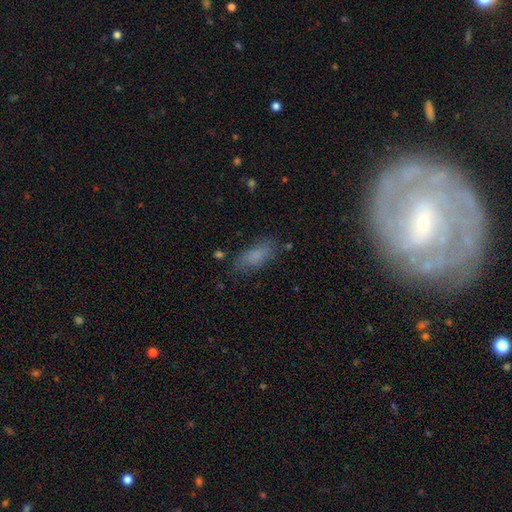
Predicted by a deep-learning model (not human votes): Smooth or featured? smooth (77%)
How rounded? in between (73%)
Merging? none (73%)